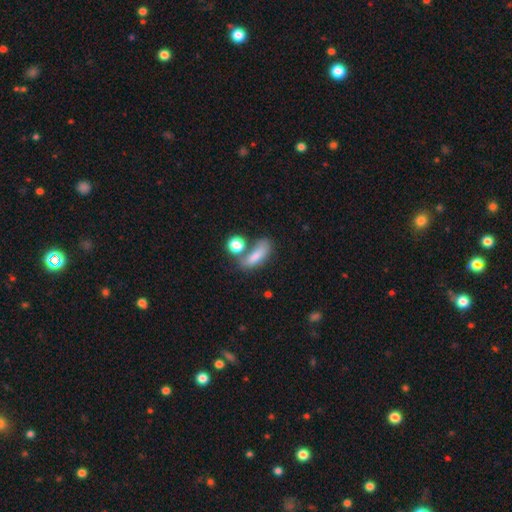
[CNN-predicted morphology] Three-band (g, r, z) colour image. It shows a smooth galaxy with no disk features (76%) that is in between round and cigar-shaped (63%). Merging: none (41%).